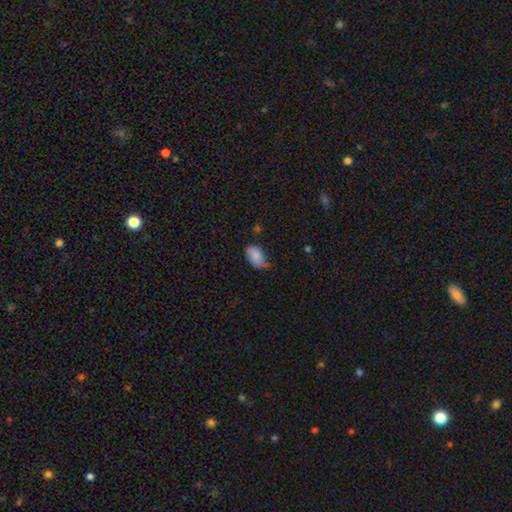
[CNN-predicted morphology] smooth_or_featured: smooth (p=0.79) [alt: featured or disk p=0.13]
how_rounded: in between (p=0.90) [alt: round p=0.08]
merging: none (p=0.43) [alt: minor disturbance p=0.41]